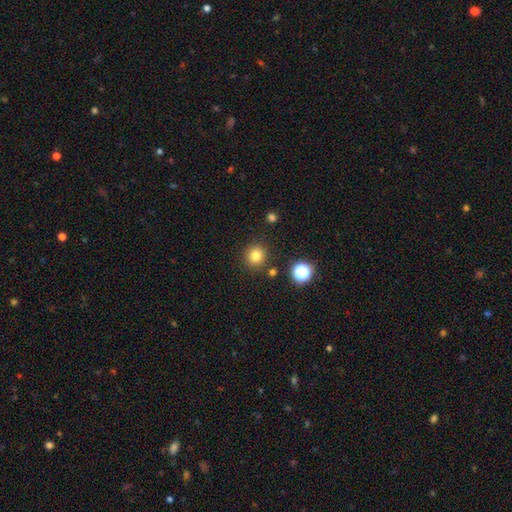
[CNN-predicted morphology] Q: Smooth or featured?
A: smooth (79%); runner-up: star or artifact (15%)
Q: How rounded?
A: round (94%); runner-up: in between (5%)
Q: Merging?
A: none (88%); runner-up: minor disturbance (6%)